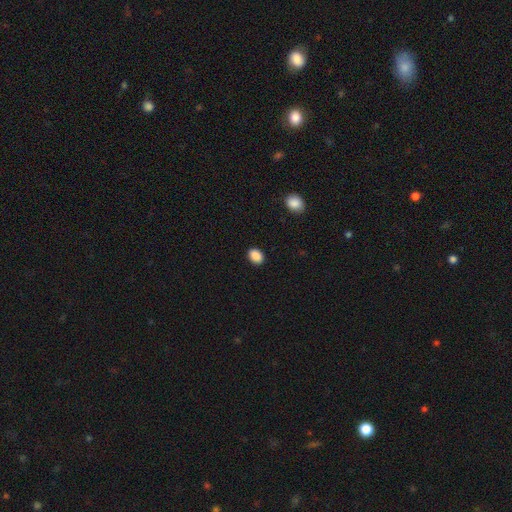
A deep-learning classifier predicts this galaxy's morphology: type=smooth (89%); roundness=in between (71%); merging=none (90%).